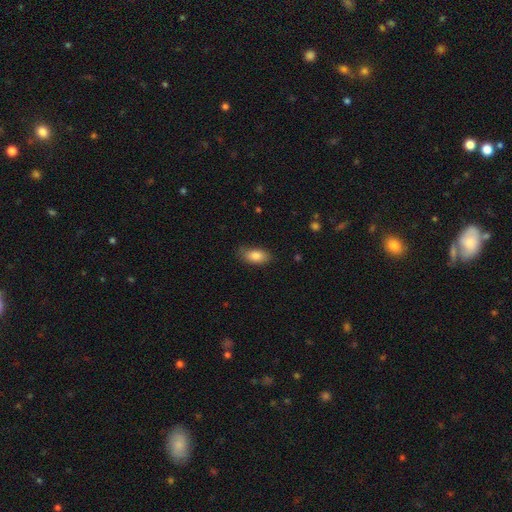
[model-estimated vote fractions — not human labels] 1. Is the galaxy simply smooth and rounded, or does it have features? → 84% smooth, 8% featured or disk, 7% star or artifact.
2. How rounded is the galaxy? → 90% in between, 5% round, 5% cigar-shaped.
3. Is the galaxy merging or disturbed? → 77% none, 18% minor disturbance, 4% major disturbance, 1% merger.